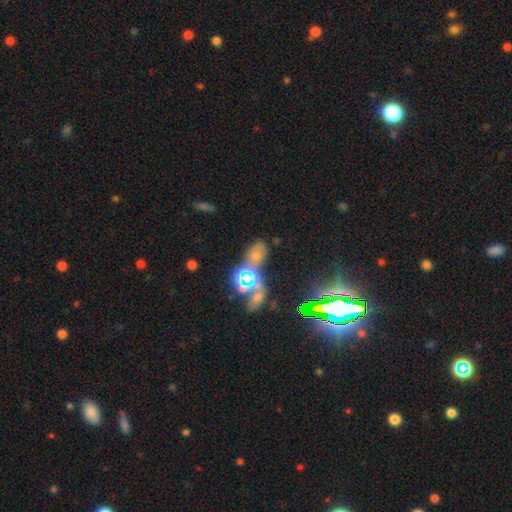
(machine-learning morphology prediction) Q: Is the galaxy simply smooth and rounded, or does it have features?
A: smooth — 44%.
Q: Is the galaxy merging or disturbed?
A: none — 42%.